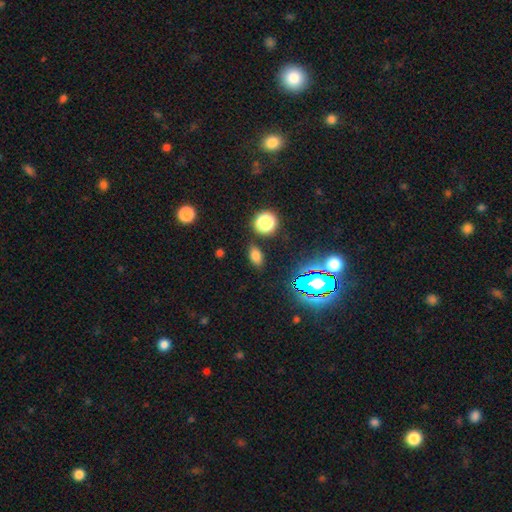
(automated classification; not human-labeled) This appears to be a smooth galaxy with no disk features (73%) that is in between round and cigar-shaped (84%). Merging: none (86%).